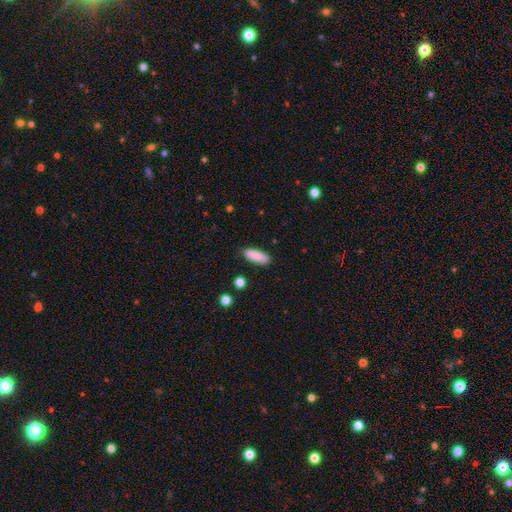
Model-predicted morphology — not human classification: smooth-or-featured: smooth: 88% | star or artifact: 7% | featured or disk: 5%
  how-rounded: in between: 59% | cigar-shaped: 39% | round: 2%
  merging: none: 87% | minor disturbance: 10% | major disturbance: 2% | merger: 2%